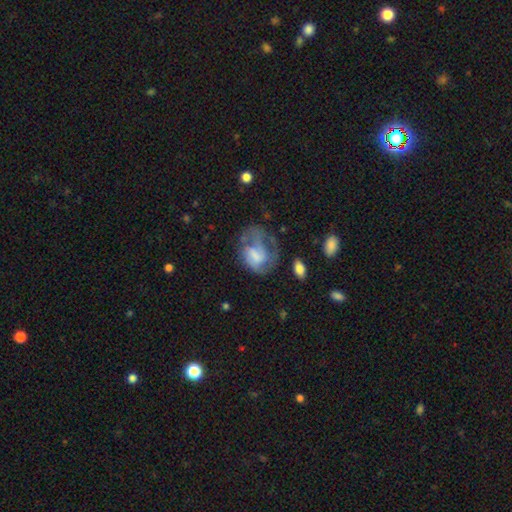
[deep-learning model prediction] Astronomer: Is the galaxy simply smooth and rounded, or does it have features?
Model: featured or disk — 47% (runner-up: smooth, 44%).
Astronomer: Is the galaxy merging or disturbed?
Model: major disturbance — 45% (runner-up: none, 28%).